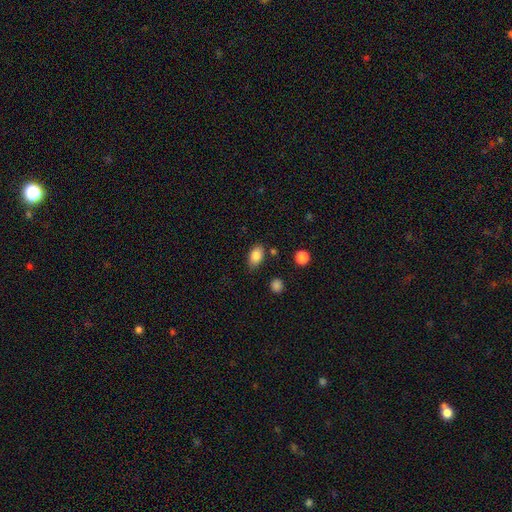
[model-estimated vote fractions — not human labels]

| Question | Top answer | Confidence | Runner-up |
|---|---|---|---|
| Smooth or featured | smooth | 85% | star or artifact (8%) |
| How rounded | in between | 86% | round (12%) |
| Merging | none | 78% | minor disturbance (15%) |